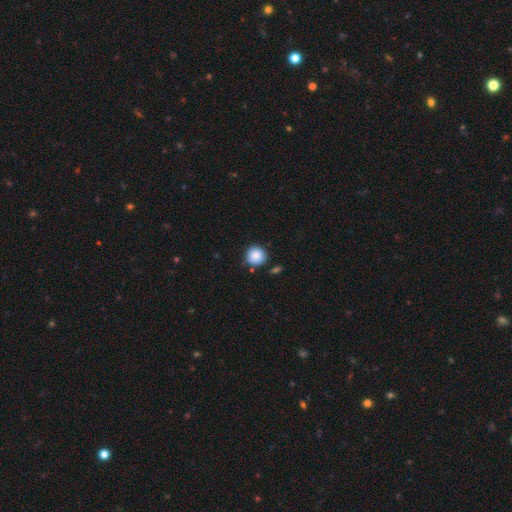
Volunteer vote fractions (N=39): Volunteers were most divided on "merging": none: 89%, minor disturbance: 5%, merger: 5%, major disturbance: 0%. More confident: how rounded — round (97%); smooth or featured — smooth (95%).